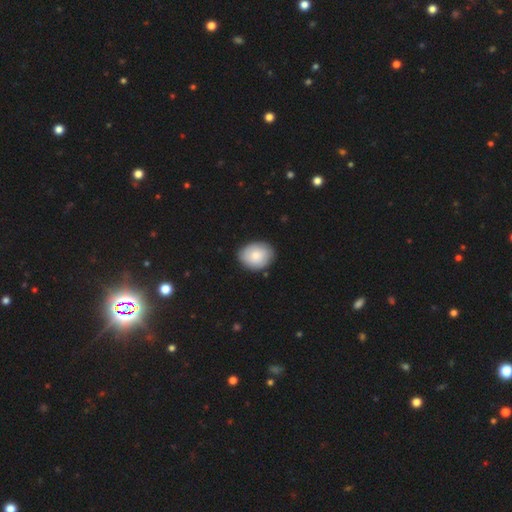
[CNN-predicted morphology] Q: Smooth or featured?
A: smooth (76%); runner-up: featured or disk (18%)
Q: How rounded?
A: in between (57%); runner-up: round (42%)
Q: Merging?
A: none (83%); runner-up: minor disturbance (13%)